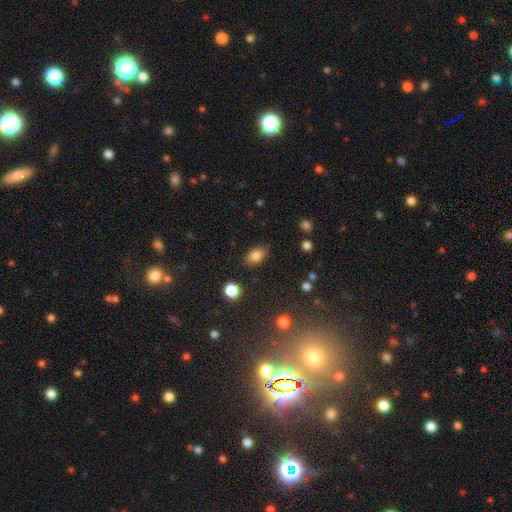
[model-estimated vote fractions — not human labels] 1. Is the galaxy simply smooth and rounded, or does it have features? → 81% smooth, 10% star or artifact, 9% featured or disk.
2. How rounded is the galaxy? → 84% in between, 14% round, 2% cigar-shaped.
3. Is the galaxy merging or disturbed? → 84% none, 11% minor disturbance, 3% major disturbance, 2% merger.